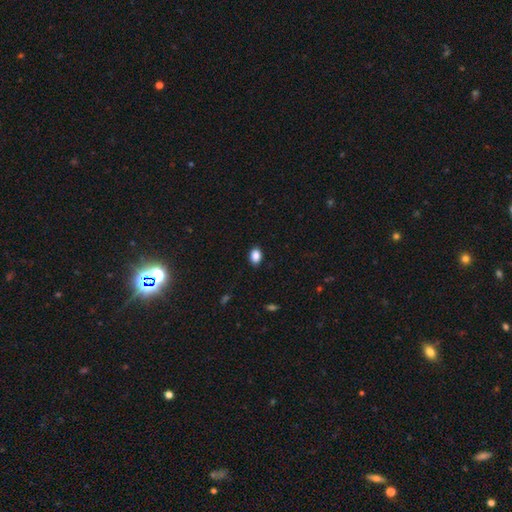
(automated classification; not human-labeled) This is clearly a smooth galaxy (88%). How rounded: likely in between (79%). Merging: clearly none (87%).